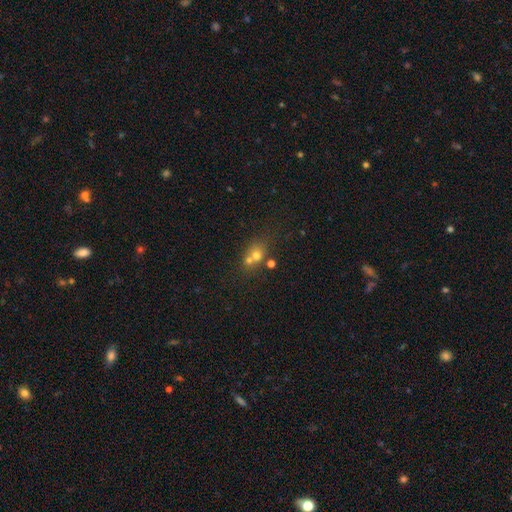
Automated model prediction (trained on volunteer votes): Overall: smooth (61%). How rounded: round (68%; in between 30%). Merging: merger (47%; none 40%).